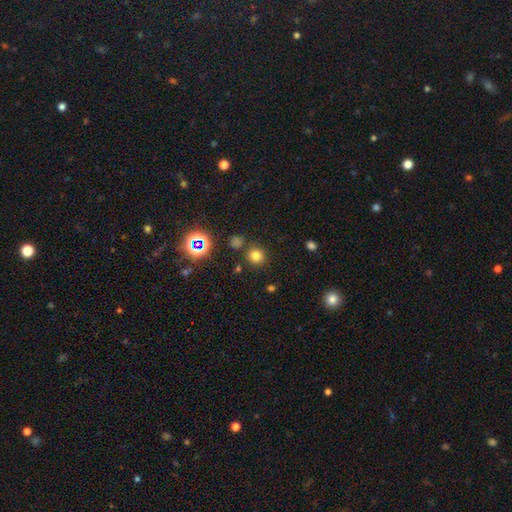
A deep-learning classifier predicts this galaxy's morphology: smooth-or-featured: smooth: 74% | star or artifact: 19% | featured or disk: 6%
  how-rounded: round: 90% | in between: 9% | cigar-shaped: 1%
  merging: none: 83% | minor disturbance: 8% | merger: 6% | major disturbance: 3%